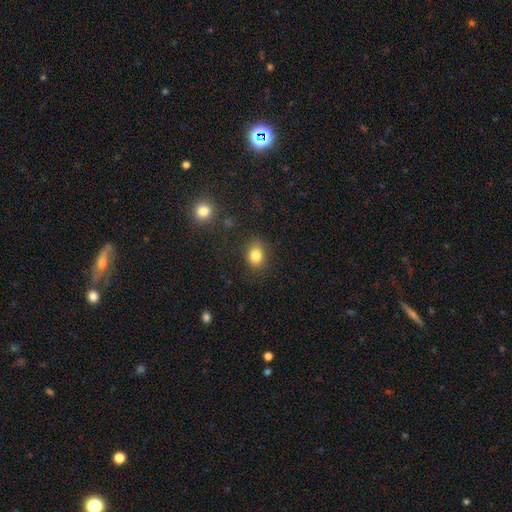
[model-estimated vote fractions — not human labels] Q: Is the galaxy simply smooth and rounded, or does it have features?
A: smooth — 82%.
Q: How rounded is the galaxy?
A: in between — 55%.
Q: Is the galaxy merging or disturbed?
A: none — 82%.